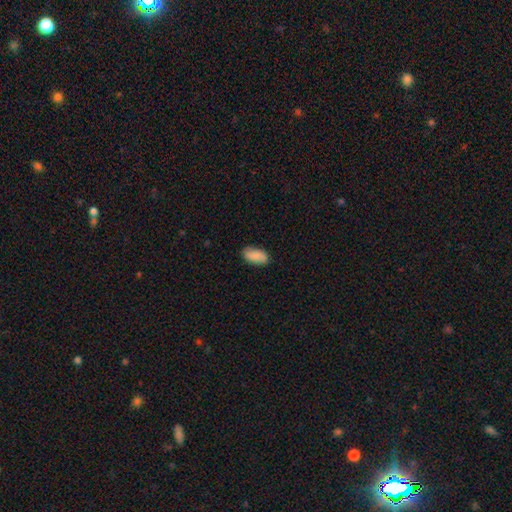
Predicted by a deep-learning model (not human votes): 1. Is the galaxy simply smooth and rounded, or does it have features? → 84% smooth, 9% featured or disk, 7% star or artifact.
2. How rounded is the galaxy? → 93% in between, 4% cigar-shaped, 3% round.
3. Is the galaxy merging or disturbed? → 81% none, 15% minor disturbance, 3% major disturbance, 1% merger.